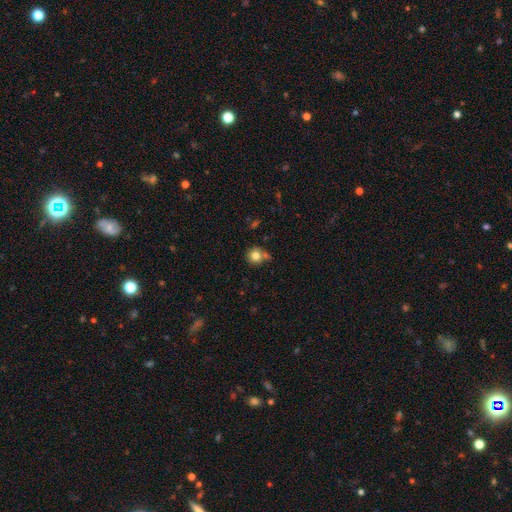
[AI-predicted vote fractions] Overall: smooth (79%). How rounded: round (90%). Merging: none (63%).